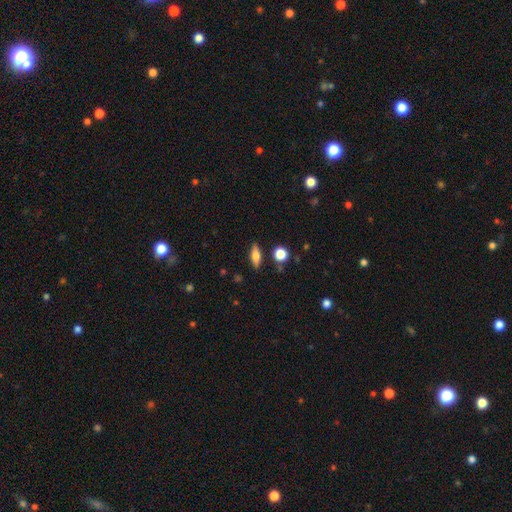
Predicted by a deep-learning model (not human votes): Overall: smooth (63%; featured or disk 29%). How rounded: in between (61%; cigar-shaped 32%). Merging: none (84%).